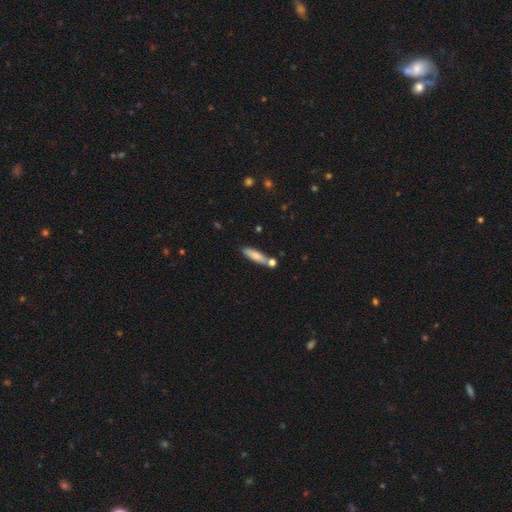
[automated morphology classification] smooth 79%, featured or disk 15%, star or artifact 7%. Down the decision tree: how rounded — cigar-shaped (67%); merging — none (66%).